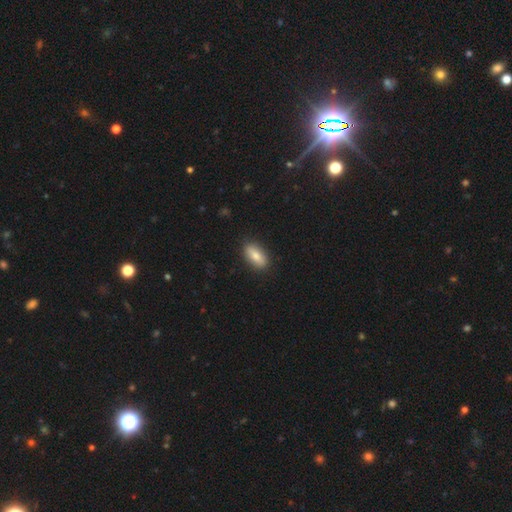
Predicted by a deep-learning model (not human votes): This appears to be a smooth galaxy with no disk features (79%) that is in between round and cigar-shaped (85%). Merging: none (88%).